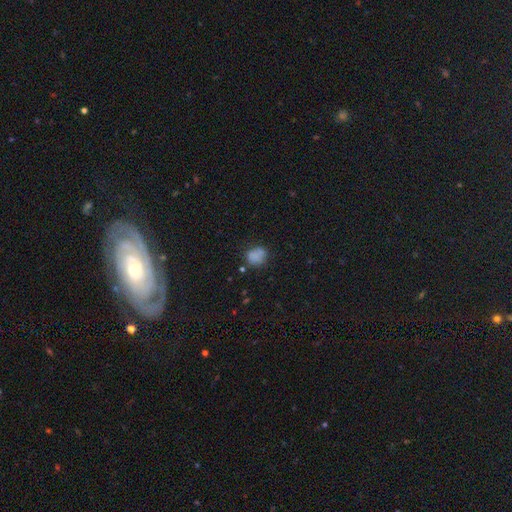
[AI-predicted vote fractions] Smooth or featured? Predicted: smooth (p=0.79). How rounded? Predicted: round (p=0.63). Merging? Predicted: none (p=0.62).